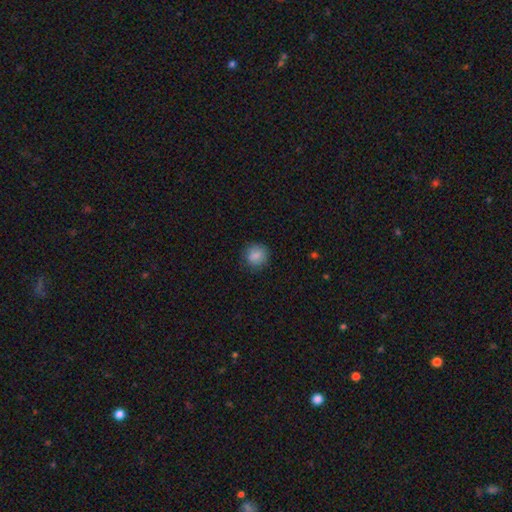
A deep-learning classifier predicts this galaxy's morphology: The model was most divided on "how rounded": round: 83%, in between: 16%, cigar-shaped: 1%. More confident: smooth or featured — smooth (86%); merging — none (83%).